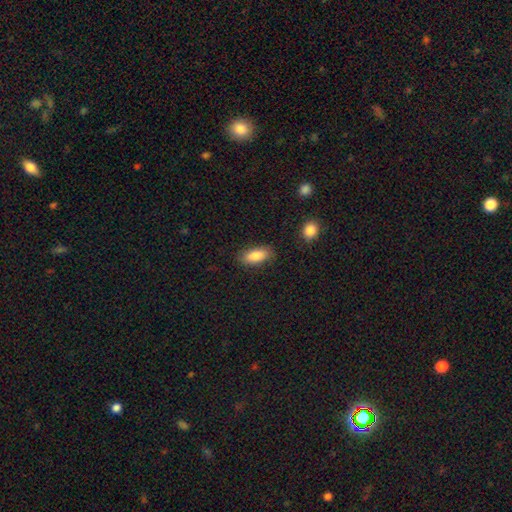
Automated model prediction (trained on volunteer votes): Smooth or featured: smooth — 85% (featured or disk — 8%)
How rounded: in between — 84% (cigar-shaped — 13%)
Merging: none — 84% (minor disturbance — 12%)